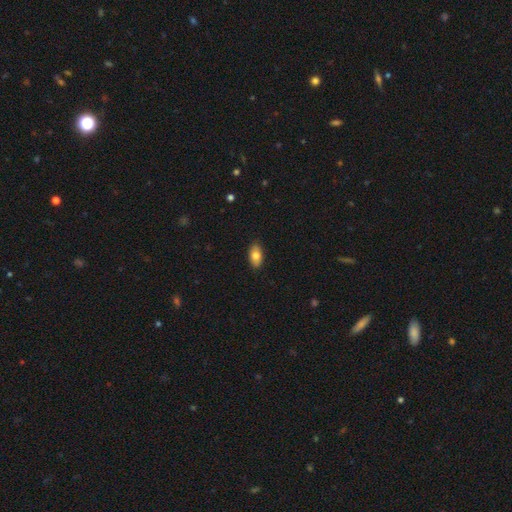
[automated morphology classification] The model was most divided on "smooth or featured": smooth: 80%, featured or disk: 13%, star or artifact: 7%. More confident: how rounded — in between (92%); merging — none (88%).